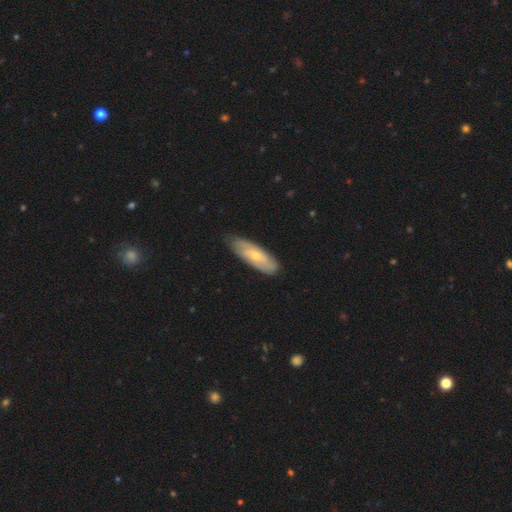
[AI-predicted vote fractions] A featured or disk galaxy (50%).

Vote fractions:
- Smooth or featured? featured or disk: 50% / smooth: 45% / star or artifact: 5%
- Merging? none: 78% / minor disturbance: 18% / major disturbance: 3% / merger: 1%